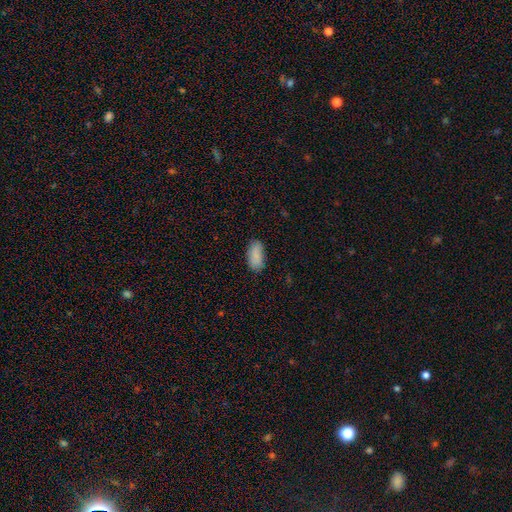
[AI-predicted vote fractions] Morphology: type=smooth (87%); roundness=in between (92%); merging=none (78%).